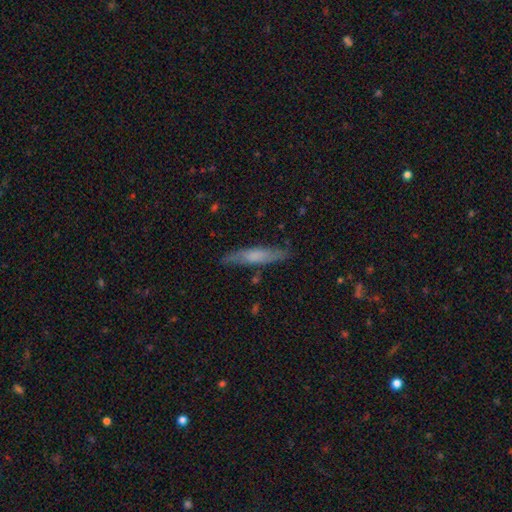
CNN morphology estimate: smooth 56%, featured or disk 38%, star or artifact 6%. Down the decision tree: how rounded — cigar-shaped (86%); merging — none (81%).